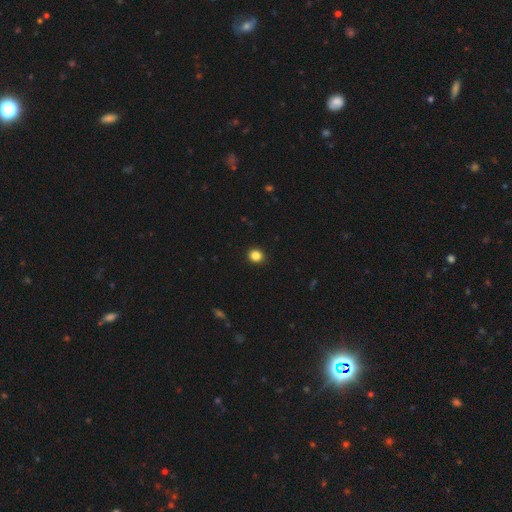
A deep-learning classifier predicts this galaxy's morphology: A smooth galaxy with no disk features (85%) that is round (85%). Merging: none (93%).